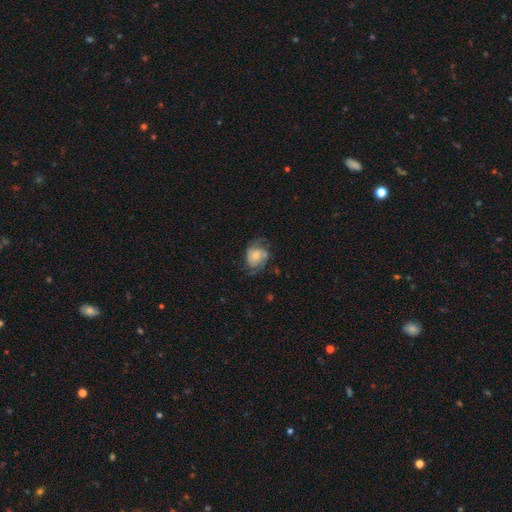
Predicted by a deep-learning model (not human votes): smooth_or_featured: featured or disk (p=0.65) [alt: smooth p=0.28]
disk_edge_on: no (p=0.97) [alt: yes p=0.03]
bar: no (p=0.69) [alt: weak p=0.25]
has_spiral_arms: yes (p=0.90) [alt: no p=0.10]
spiral_winding: medium (p=0.45) [alt: tight p=0.32]
spiral_arm_count: 2 (p=0.63) [alt: can't tell p=0.16]
bulge_size: small (p=0.47) [alt: moderate p=0.32]
merging: none (p=0.59) [alt: minor disturbance p=0.23]